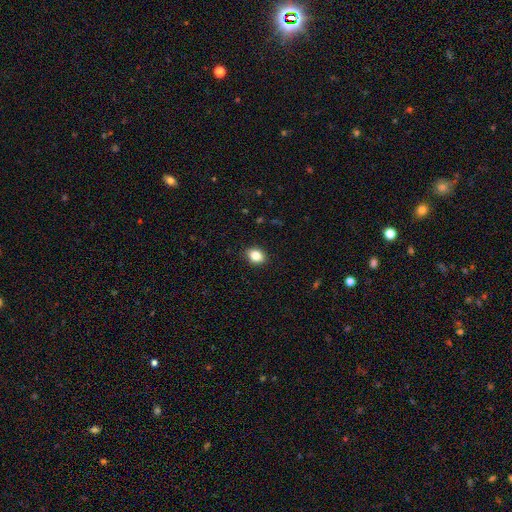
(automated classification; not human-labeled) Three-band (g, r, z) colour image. It shows a smooth galaxy with no disk features (84%) that is in between round and cigar-shaped (63%). Merging: none (90%).